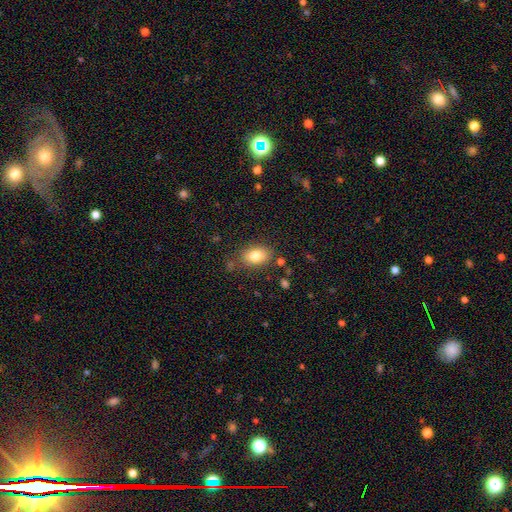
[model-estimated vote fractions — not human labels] Smooth or featured? smooth (81%)
How rounded? in between (83%)
Merging? none (80%)